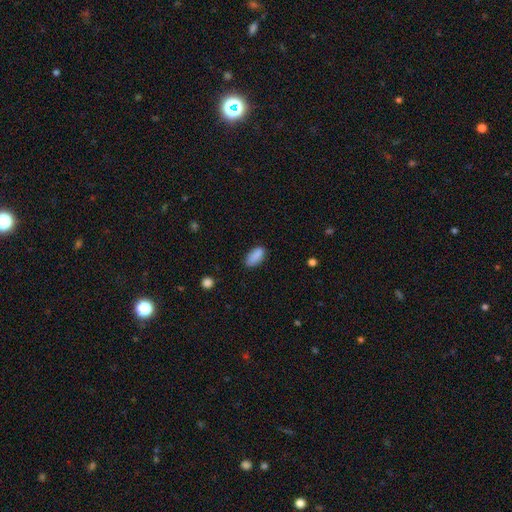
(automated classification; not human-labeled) Q: Smooth or featured?
A: smooth (88%); runner-up: star or artifact (8%)
Q: How rounded?
A: in between (90%); runner-up: cigar-shaped (7%)
Q: Merging?
A: none (79%); runner-up: minor disturbance (16%)